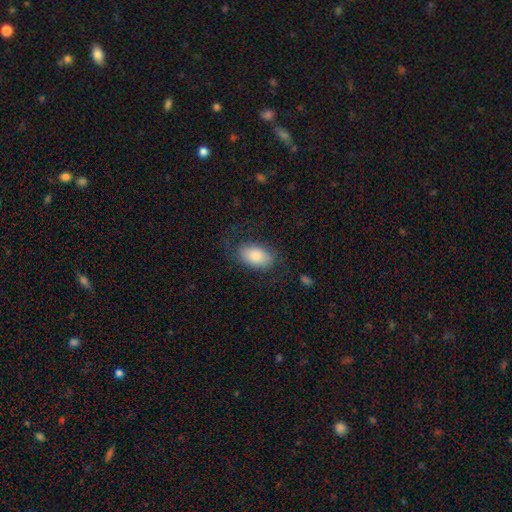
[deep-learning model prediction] Overall: smooth (80%). How rounded: in between (92%). Merging: none (66%).